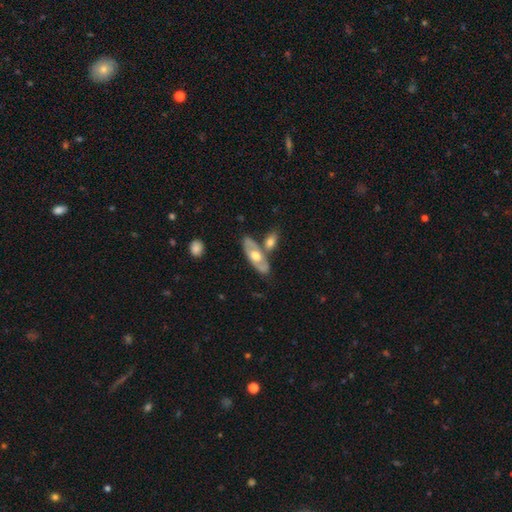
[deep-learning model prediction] The model was most divided on "smooth or featured": featured or disk: 60%, smooth: 35%, star or artifact: 5%. More confident: edge-on disk — no (70%); merging — none (64%).